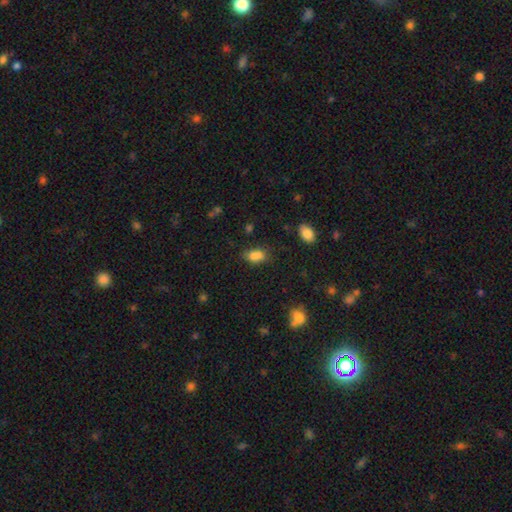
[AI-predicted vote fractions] Smooth or featured? Predicted: smooth (p=0.81). How rounded? Predicted: in between (p=0.86). Merging? Predicted: none (p=0.58).